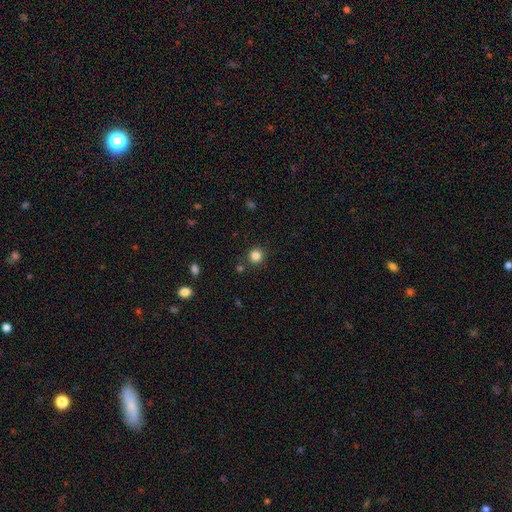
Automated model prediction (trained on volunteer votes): Morphology: type=smooth (84%); roundness=round (93%); merging=none (86%).